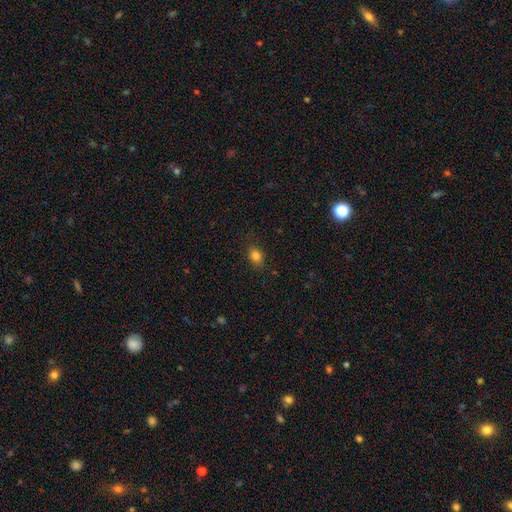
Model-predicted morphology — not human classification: Smooth or featured?
  - smooth: 82% *
  - star or artifact: 12%
  - featured or disk: 6%
How rounded?
  - in between: 59% *
  - round: 40%
  - cigar-shaped: 1%
Merging?
  - none: 83% *
  - minor disturbance: 13%
  - major disturbance: 3%
  - merger: 1%